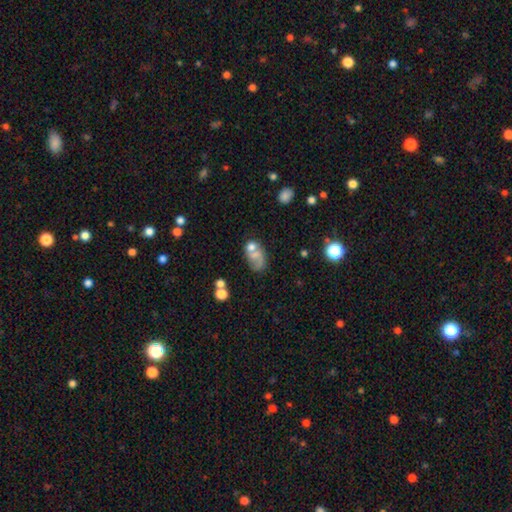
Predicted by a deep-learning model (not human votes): smooth_or_featured: smooth (p=0.51) [alt: featured or disk p=0.35]
how_rounded: in between (p=0.81) [alt: round p=0.17]
merging: merger (p=0.31) [alt: none p=0.28]